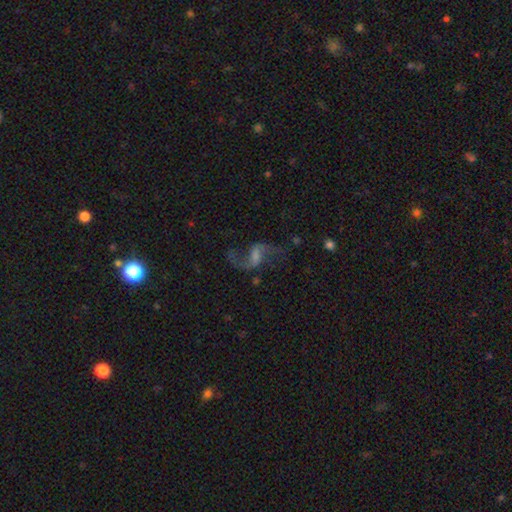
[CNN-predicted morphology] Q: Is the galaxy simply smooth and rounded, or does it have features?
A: featured or disk — 83%.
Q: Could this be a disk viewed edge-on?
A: no — 97%.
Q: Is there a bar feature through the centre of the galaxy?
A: weak — 53%.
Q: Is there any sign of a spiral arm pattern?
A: yes — 94%.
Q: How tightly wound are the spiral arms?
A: loose — 85%.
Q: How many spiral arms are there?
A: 2 — 92%.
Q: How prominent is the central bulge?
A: none — 35%.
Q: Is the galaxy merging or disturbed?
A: none — 71%.